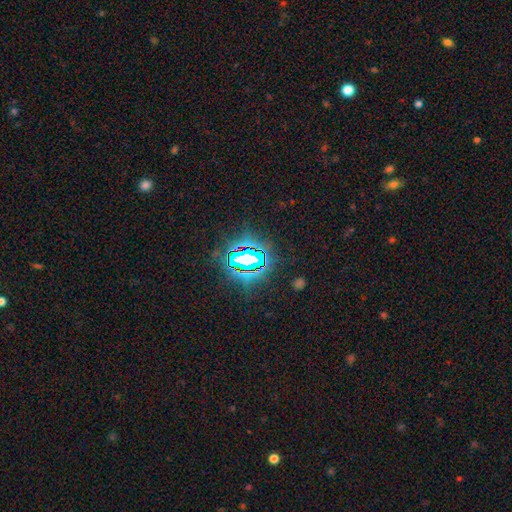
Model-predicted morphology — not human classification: smooth-or-featured: star or artifact: 82% | smooth: 11% | featured or disk: 7%